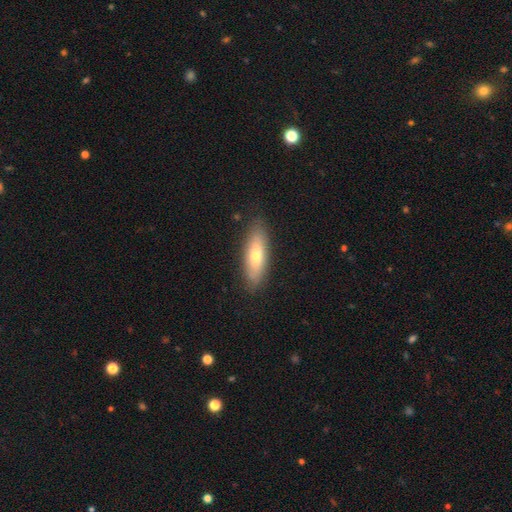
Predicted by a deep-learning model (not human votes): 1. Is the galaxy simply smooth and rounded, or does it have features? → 62% smooth, 32% featured or disk, 7% star or artifact.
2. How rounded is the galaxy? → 55% in between, 43% cigar-shaped, 2% round.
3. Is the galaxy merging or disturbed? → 85% none, 11% minor disturbance, 2% major disturbance, 1% merger.